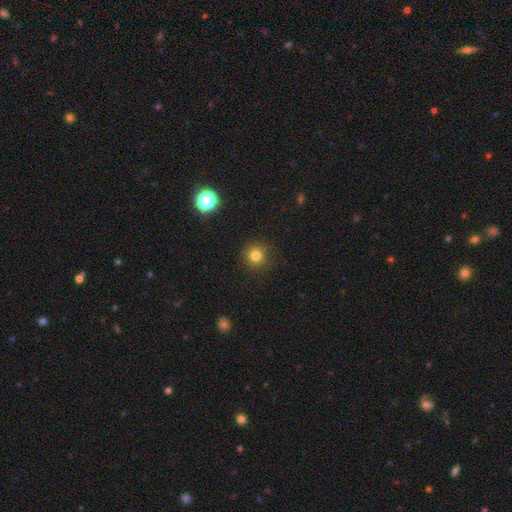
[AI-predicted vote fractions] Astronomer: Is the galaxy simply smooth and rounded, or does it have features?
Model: smooth — 79%.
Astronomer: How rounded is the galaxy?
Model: round — 94%.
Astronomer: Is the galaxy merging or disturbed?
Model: none — 90%.